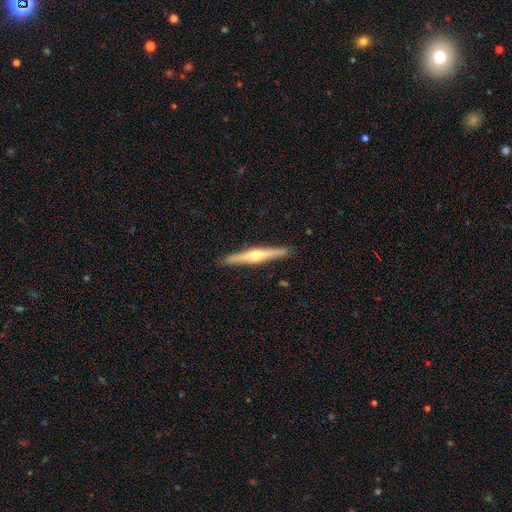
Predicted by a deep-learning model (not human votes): Smooth or featured: featured or disk — 71% (smooth — 24%)
Edge-on disk: yes — 97% (no — 3%)
Edge-on bulge: rounded — 92% (none — 5%)
Merging: none — 91% (minor disturbance — 6%)